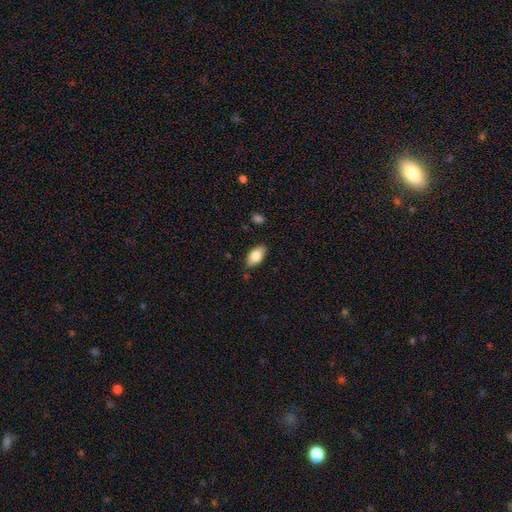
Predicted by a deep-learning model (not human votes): The model was most divided on "smooth or featured": smooth: 82%, featured or disk: 11%, star or artifact: 7%. More confident: how rounded — in between (92%); merging — none (85%).